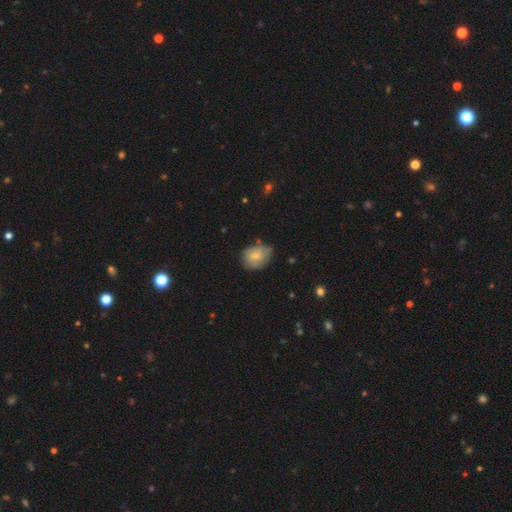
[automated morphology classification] smooth-or-featured: smooth: 70% | featured or disk: 22% | star or artifact: 8%
  how-rounded: round: 62% | in between: 37% | cigar-shaped: 1%
  merging: none: 56% | minor disturbance: 32% | major disturbance: 8% | merger: 3%